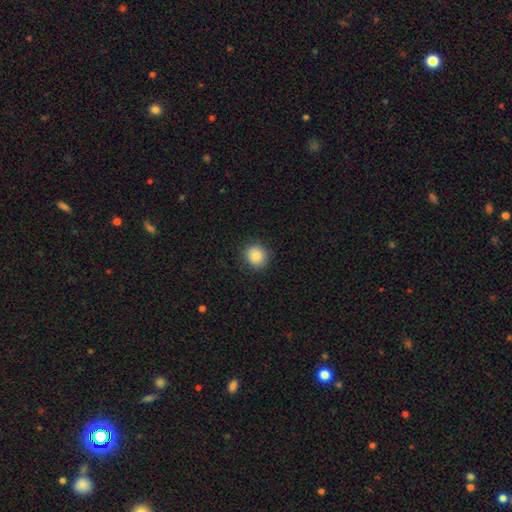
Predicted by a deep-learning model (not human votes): This is clearly a smooth galaxy (87%). How rounded: clearly round (87%). Merging: clearly none (89%).